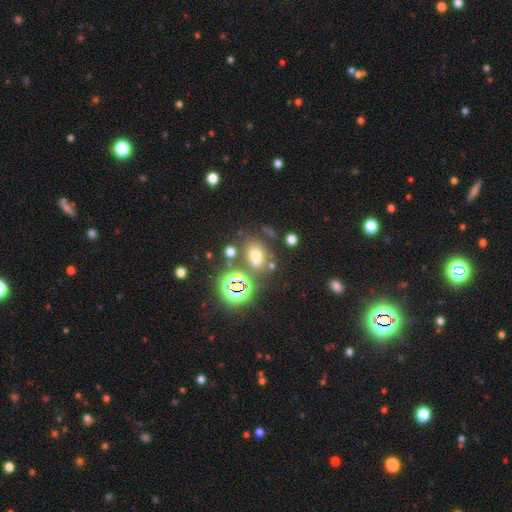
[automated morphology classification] Smooth or featured: smooth — 56% (star or artifact — 31%)
How rounded: in between — 58% (round — 40%)
Merging: none — 61% (merger — 19%)